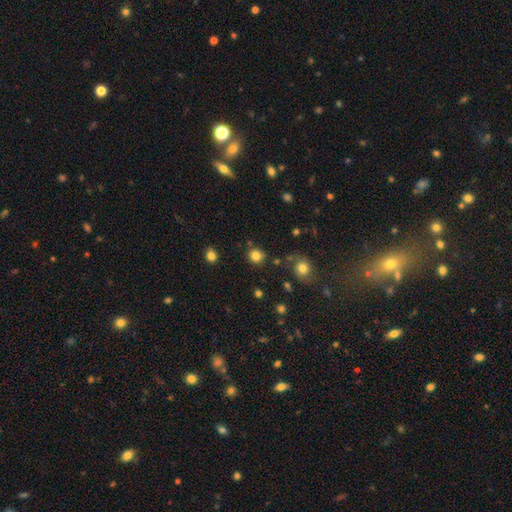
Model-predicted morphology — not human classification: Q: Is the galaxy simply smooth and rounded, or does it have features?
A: smooth — 82%.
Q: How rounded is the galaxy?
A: round — 88%.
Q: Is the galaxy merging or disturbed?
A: none — 84%.